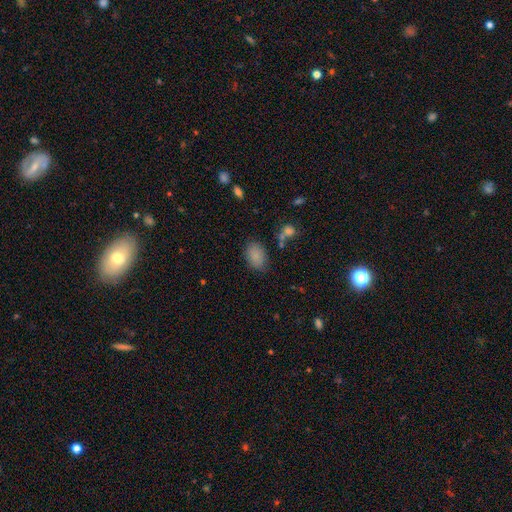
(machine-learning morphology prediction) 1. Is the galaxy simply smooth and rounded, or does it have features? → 86% smooth, 9% star or artifact, 6% featured or disk.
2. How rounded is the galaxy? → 83% in between, 15% round, 1% cigar-shaped.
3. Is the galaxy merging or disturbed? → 79% none, 14% minor disturbance, 4% major disturbance, 3% merger.